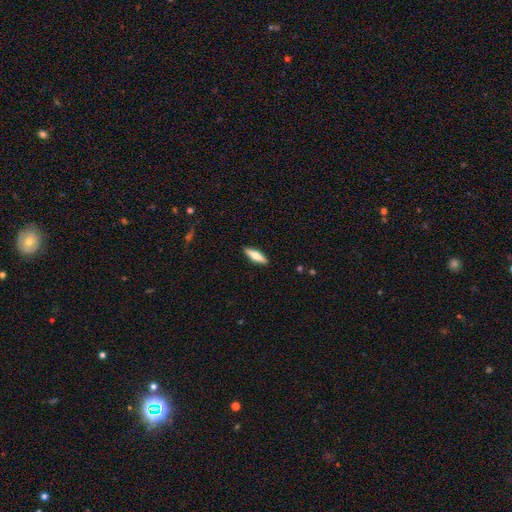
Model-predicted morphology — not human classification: Overall: smooth (59%; featured or disk 36%). How rounded: cigar-shaped (65%; in between 33%). Merging: none (90%).